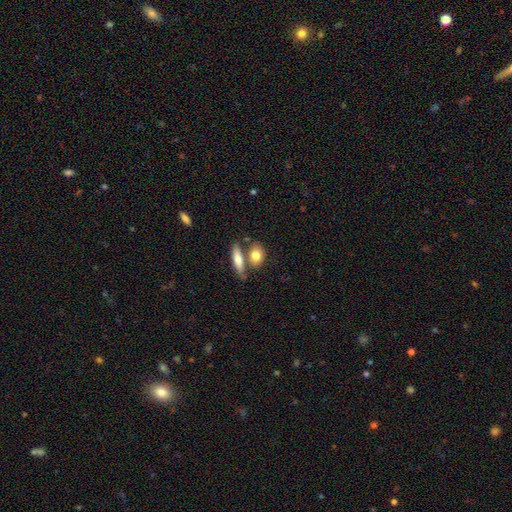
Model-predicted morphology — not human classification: This appears to be a smooth galaxy with no disk features (78%) that is in between round and cigar-shaped (65%). Merging: none (52%).